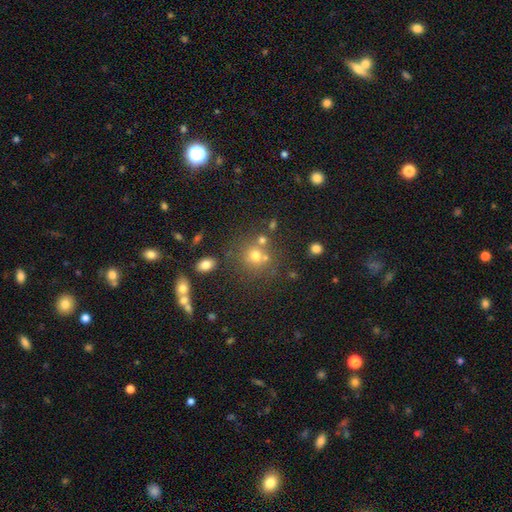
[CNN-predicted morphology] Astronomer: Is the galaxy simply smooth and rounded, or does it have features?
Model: smooth — 66%.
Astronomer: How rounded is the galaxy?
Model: round — 86%.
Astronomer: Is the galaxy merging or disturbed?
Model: none — 64%.